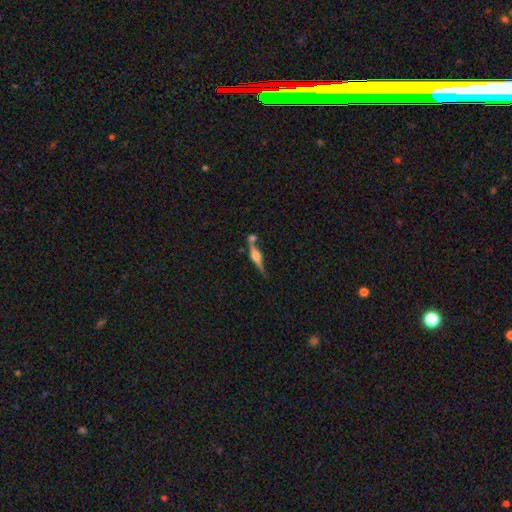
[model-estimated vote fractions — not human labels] The model was most divided on "merging": none: 67%, merger: 17%, minor disturbance: 13%, major disturbance: 4%. More confident: edge-on disk — yes (97%); edge-on bulge — rounded (89%); smooth or featured — featured or disk (79%).